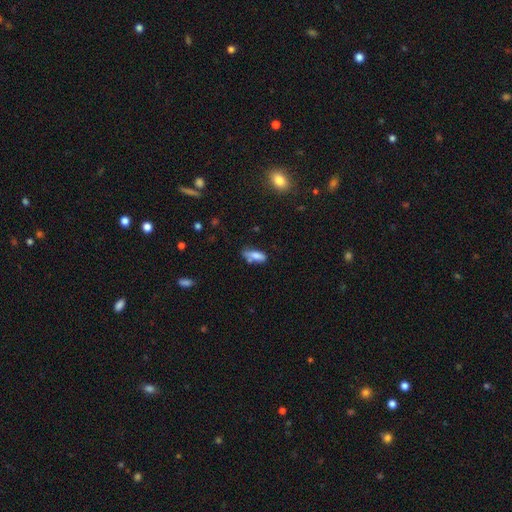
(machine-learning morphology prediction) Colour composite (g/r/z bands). It shows a smooth galaxy with no disk features (79%) that is in between round and cigar-shaped (66%). Merging: none (51%).